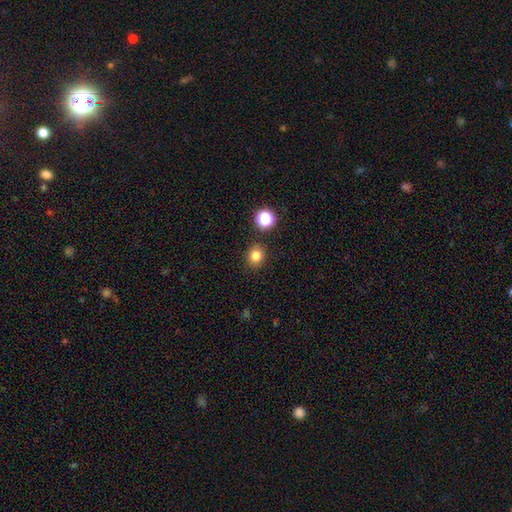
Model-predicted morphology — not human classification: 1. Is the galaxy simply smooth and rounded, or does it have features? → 81% smooth, 14% star or artifact, 5% featured or disk.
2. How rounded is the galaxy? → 78% round, 21% in between, 1% cigar-shaped.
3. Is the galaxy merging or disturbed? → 87% none, 7% minor disturbance, 3% merger, 2% major disturbance.